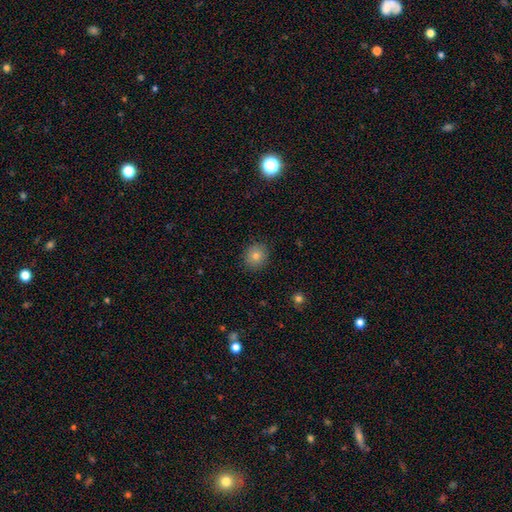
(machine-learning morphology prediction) Smooth or featured? Predicted: smooth (p=0.77). How rounded? Predicted: round (p=0.87). Merging? Predicted: none (p=0.90).